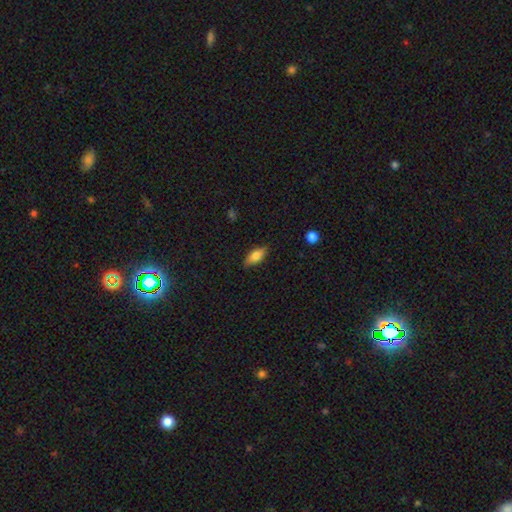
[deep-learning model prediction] This appears to be a smooth galaxy with no disk features (78%) that is in between round and cigar-shaped (82%). Merging: none (83%).